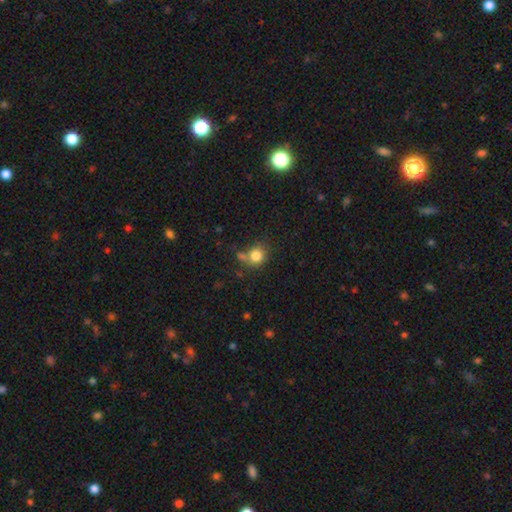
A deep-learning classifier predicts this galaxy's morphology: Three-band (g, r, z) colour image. It shows a smooth galaxy with no disk features (81%) that is round (82%). Merging: none (59%).